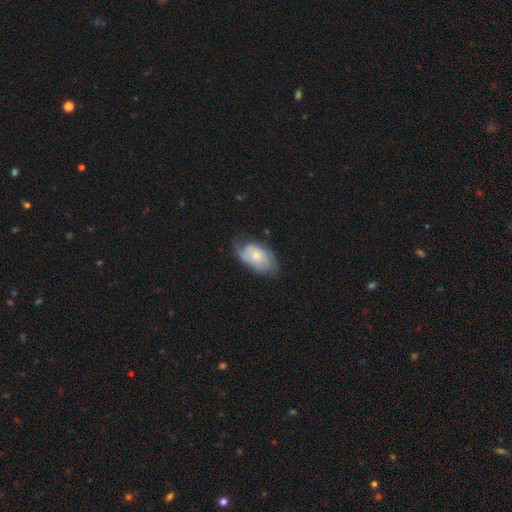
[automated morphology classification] Smooth or featured? featured or disk (57%)
Edge-on disk? no (95%)
Bar? no (77%)
Spiral arms? yes (79%)
Bulge size? small (51%)
Merging? none (58%)